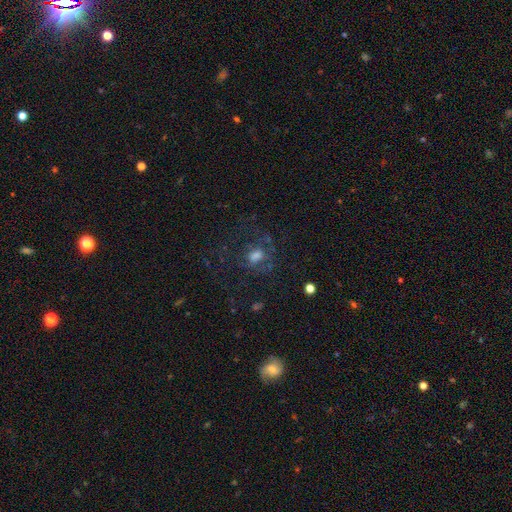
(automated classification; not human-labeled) Overall: smooth (42%; featured or disk 37%). Merging: none (55%; major disturbance 24%).